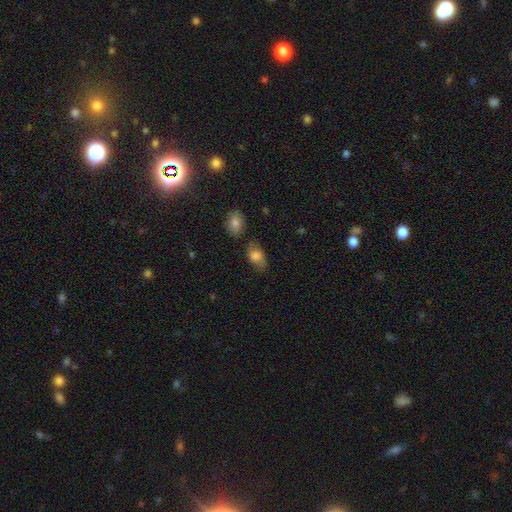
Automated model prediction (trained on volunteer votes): Q: Smooth or featured?
A: smooth (73%); runner-up: featured or disk (19%)
Q: How rounded?
A: in between (88%); runner-up: round (9%)
Q: Merging?
A: none (70%); runner-up: minor disturbance (20%)